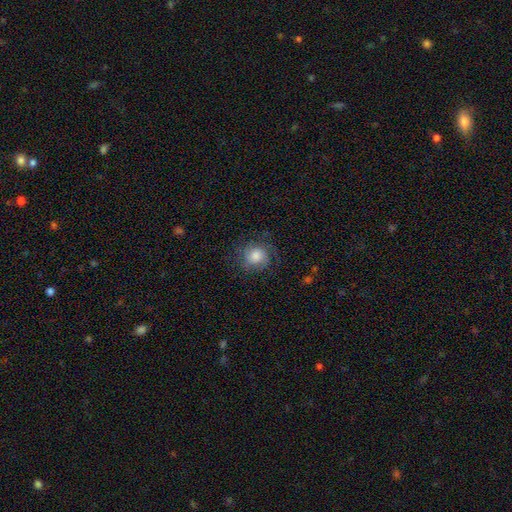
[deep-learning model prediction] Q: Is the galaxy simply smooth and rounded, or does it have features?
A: smooth — 60%.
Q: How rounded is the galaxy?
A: round — 81%.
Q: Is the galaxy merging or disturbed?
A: none — 71%.